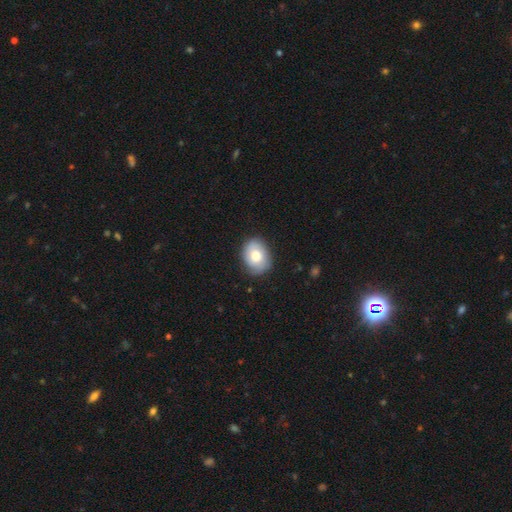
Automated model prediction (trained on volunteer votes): Smooth or featured? Predicted: smooth (p=0.67). How rounded? Predicted: in between (p=0.61). Merging? Predicted: none (p=0.77).